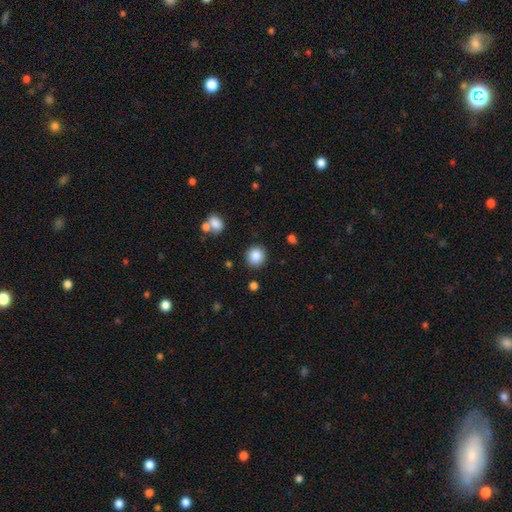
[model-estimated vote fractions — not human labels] Q: Smooth or featured?
A: smooth (86%); runner-up: star or artifact (9%)
Q: How rounded?
A: round (89%); runner-up: in between (11%)
Q: Merging?
A: none (88%); runner-up: minor disturbance (7%)